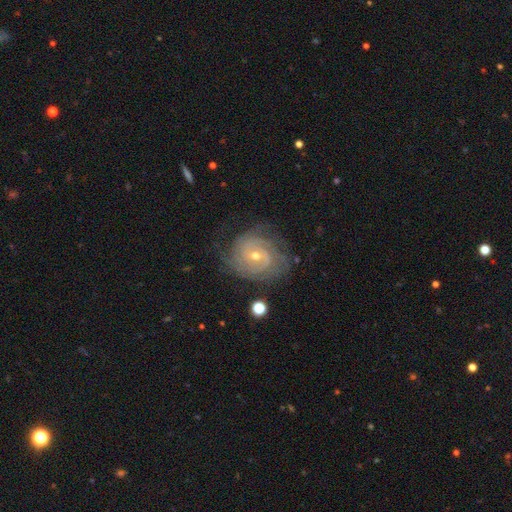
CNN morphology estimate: Smooth or featured: featured or disk — 85% (smooth — 8%)
Edge-on disk: no — 97% (yes — 3%)
Bar: no — 57% (weak — 34%)
Spiral arms: yes — 96% (no — 4%)
Spiral winding: tight — 71% (medium — 24%)
Spiral arm count: can't tell — 31% (2 — 30%)
Bulge size: small — 59% (moderate — 38%)
Merging: none — 73% (minor disturbance — 17%)